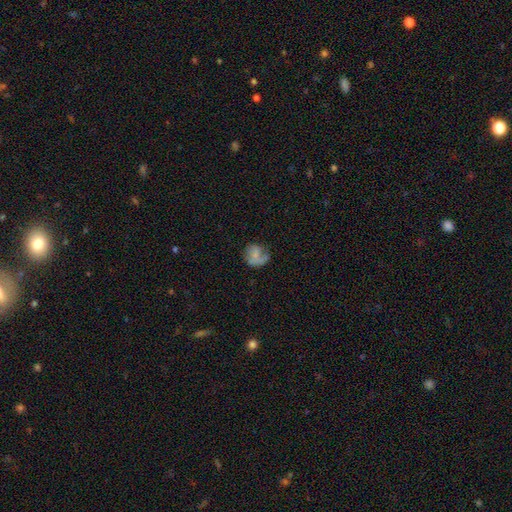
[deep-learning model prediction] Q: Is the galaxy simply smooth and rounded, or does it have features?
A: smooth — 53%.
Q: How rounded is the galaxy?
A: round — 64%.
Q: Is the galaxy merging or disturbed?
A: none — 42%.